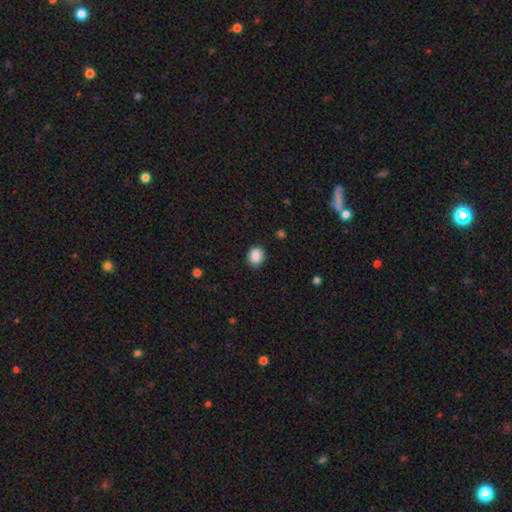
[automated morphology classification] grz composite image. It shows a smooth galaxy with no disk features (88%) that is round (66%). Merging: none (84%).